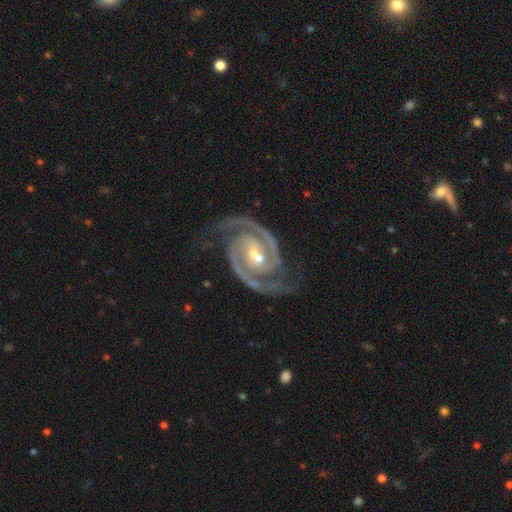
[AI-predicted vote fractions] This is clearly a featured or disk galaxy (94%). It is clearly not viewed edge-on (98%). Bar: marginally weak (42%). Spiral arm pattern: clearly yes (99%). Spiral arm count: clearly 2 (93%). Spiral winding: possibly medium (49%). Central bulge: possibly small (55%). Merging: likely none (76%).